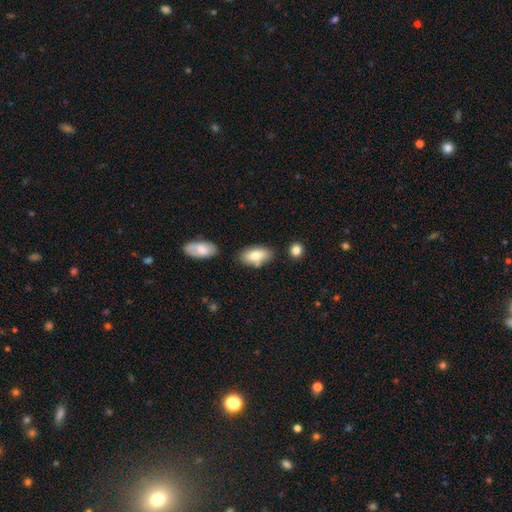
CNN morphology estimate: smooth-or-featured: smooth: 80% | featured or disk: 13% | star or artifact: 7%
  how-rounded: in between: 90% | cigar-shaped: 7% | round: 3%
  merging: none: 69% | minor disturbance: 19% | merger: 9% | major disturbance: 4%